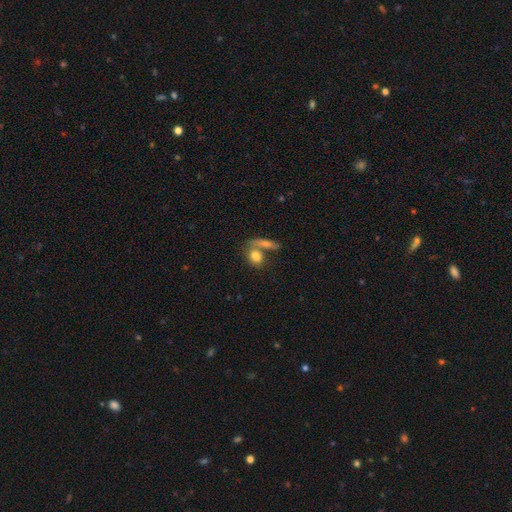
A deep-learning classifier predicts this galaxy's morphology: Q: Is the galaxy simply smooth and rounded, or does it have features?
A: smooth — 77%.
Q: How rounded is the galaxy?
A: in between — 56%.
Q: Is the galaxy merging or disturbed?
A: merger — 44%.